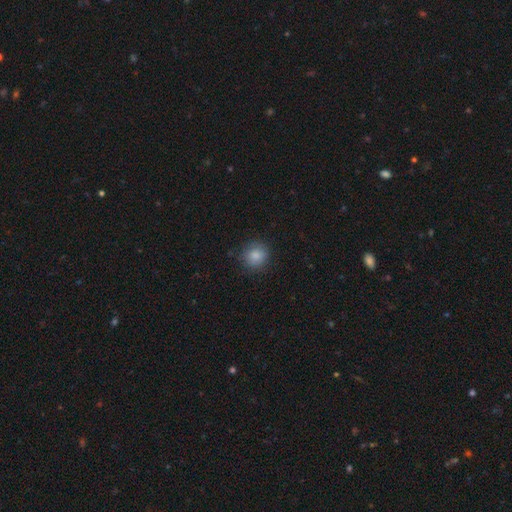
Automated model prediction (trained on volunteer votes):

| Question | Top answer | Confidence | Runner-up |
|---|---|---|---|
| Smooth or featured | smooth | 85% | star or artifact (9%) |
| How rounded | round | 87% | in between (12%) |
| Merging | none | 85% | minor disturbance (11%) |